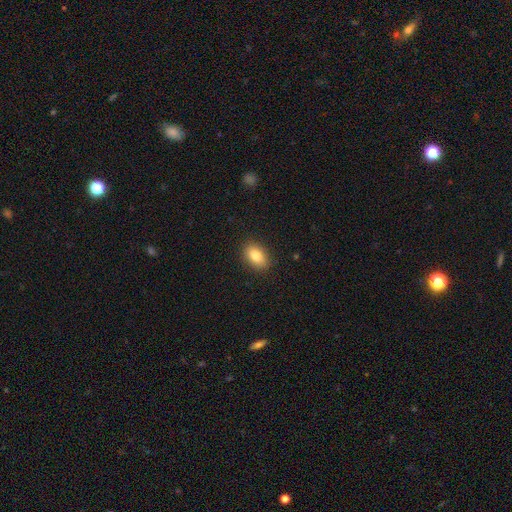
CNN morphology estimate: type=smooth (83%); roundness=in between (85%); merging=none (88%).